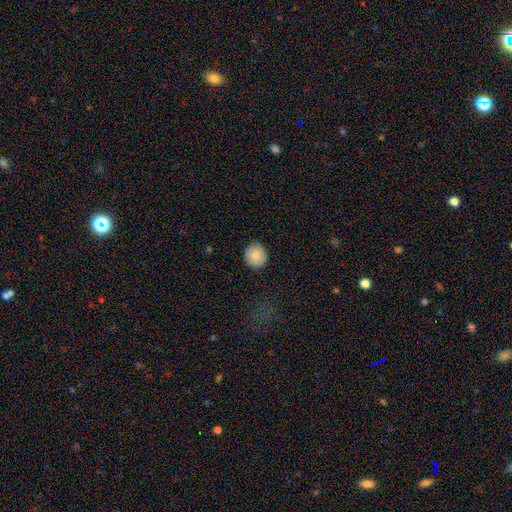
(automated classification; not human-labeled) Smooth or featured: smooth — 86% (star or artifact — 7%)
How rounded: round — 86% (in between — 13%)
Merging: none — 90% (minor disturbance — 7%)